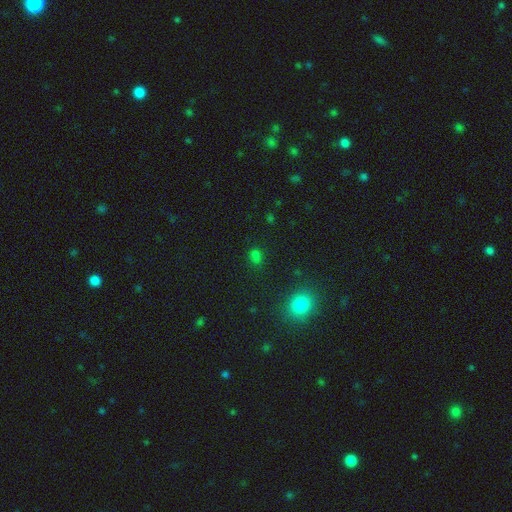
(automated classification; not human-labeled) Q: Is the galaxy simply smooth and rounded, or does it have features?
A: smooth — 61%.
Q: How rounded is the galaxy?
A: round — 52%.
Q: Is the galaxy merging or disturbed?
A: none — 69%.